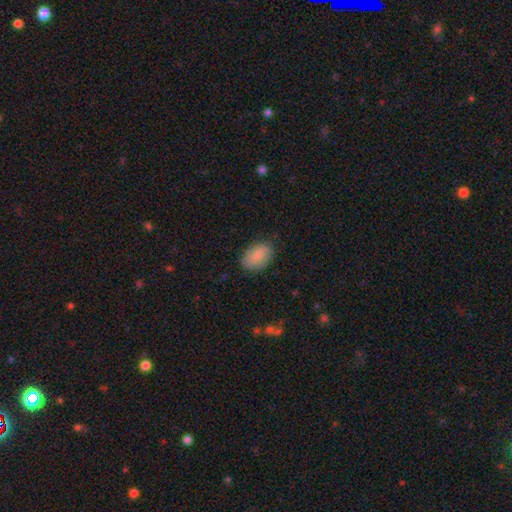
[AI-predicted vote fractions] This is clearly a smooth galaxy (83%). How rounded: clearly in between (90%). Merging: clearly none (82%).